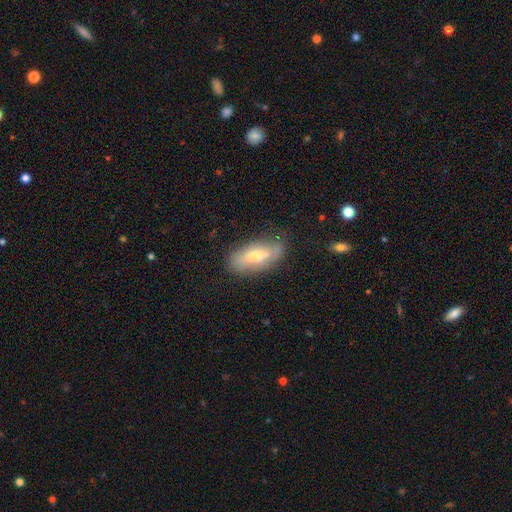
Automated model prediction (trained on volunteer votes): This appears to be a smooth galaxy with no disk features (59%) that is in between round and cigar-shaped (80%). Merging: none (68%).